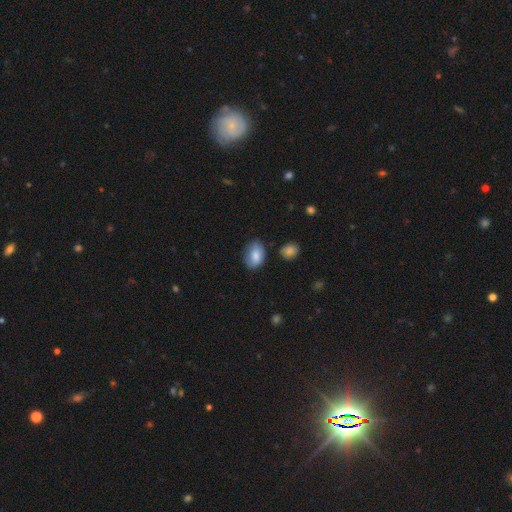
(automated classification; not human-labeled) Smooth or featured: smooth — 82% (featured or disk — 11%)
How rounded: in between — 85% (round — 14%)
Merging: none — 68% (minor disturbance — 23%)